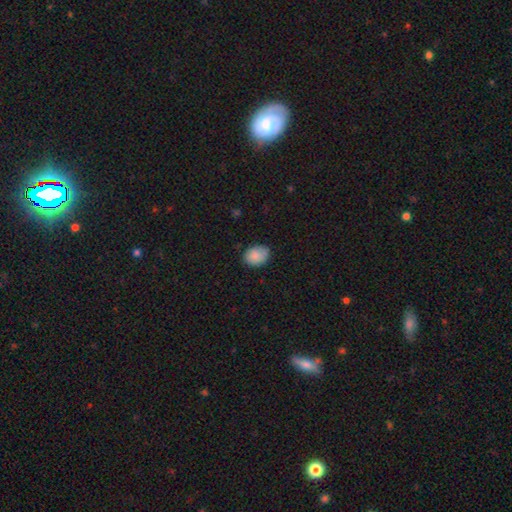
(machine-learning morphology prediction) This appears to be a smooth galaxy with no disk features (86%) that is in between round and cigar-shaped (63%). Merging: none (72%).